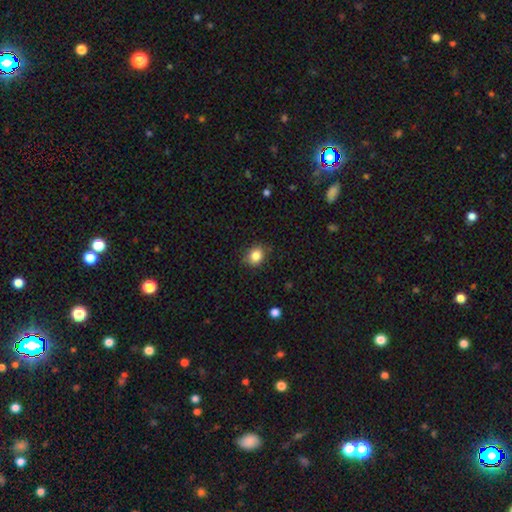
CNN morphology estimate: Smooth or featured: smooth — 84% (star or artifact — 10%)
How rounded: round — 61% (in between — 38%)
Merging: none — 84% (minor disturbance — 12%)